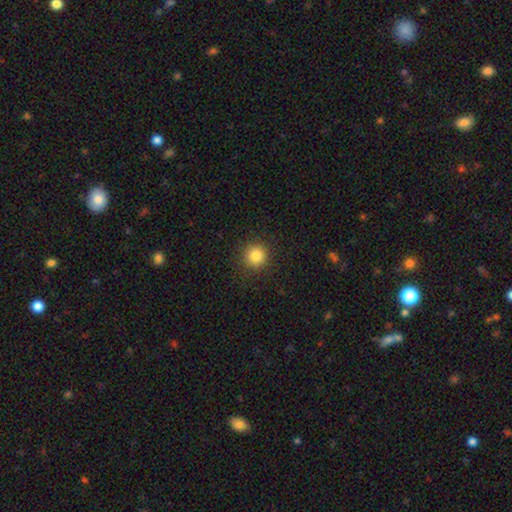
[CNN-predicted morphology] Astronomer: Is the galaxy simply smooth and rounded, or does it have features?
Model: smooth — 84%.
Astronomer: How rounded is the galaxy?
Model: round — 94%.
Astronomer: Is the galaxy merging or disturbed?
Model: none — 90%.